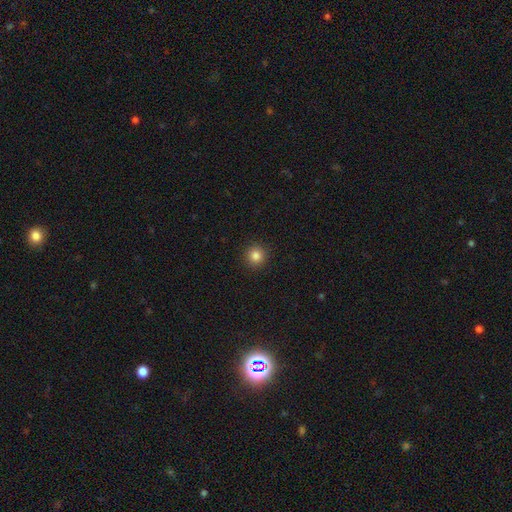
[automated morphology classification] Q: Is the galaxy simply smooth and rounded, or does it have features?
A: smooth — 84%.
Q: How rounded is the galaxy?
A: round — 94%.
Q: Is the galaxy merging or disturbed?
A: none — 92%.